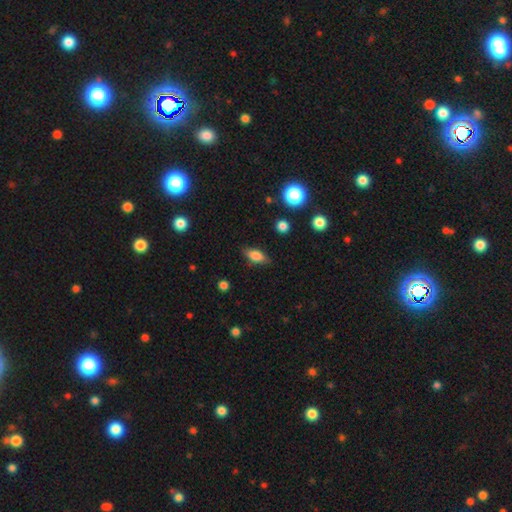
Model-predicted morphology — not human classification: smooth_or_featured: smooth (p=0.75) [alt: featured or disk p=0.16]
how_rounded: in between (p=0.78) [alt: cigar-shaped p=0.16]
merging: none (p=0.82) [alt: minor disturbance p=0.13]